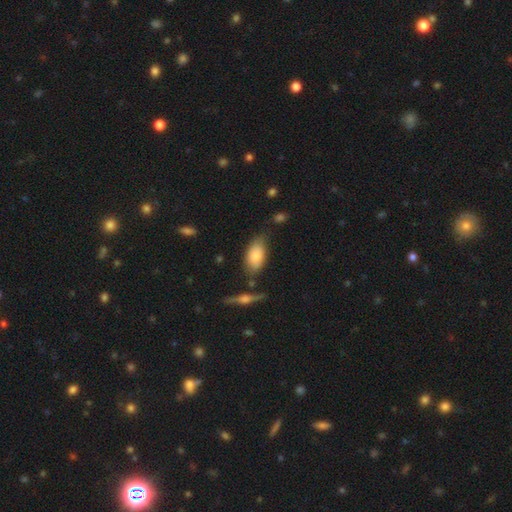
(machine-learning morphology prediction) Smooth or featured? Predicted: smooth (p=0.79). How rounded? Predicted: in between (p=0.91). Merging? Predicted: none (p=0.65).